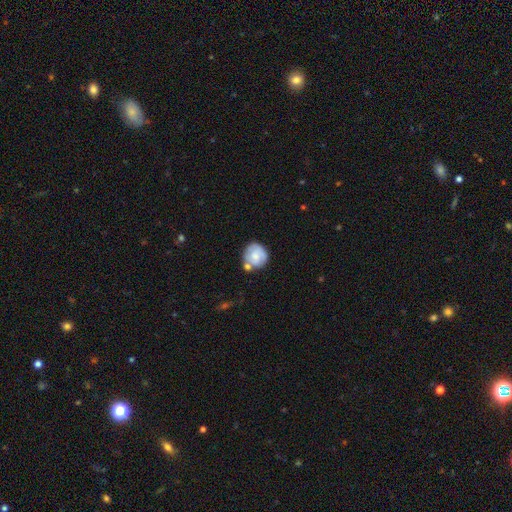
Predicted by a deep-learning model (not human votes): This appears to be a smooth galaxy with no disk features (69%) that is round (85%). Merging: none (54%).